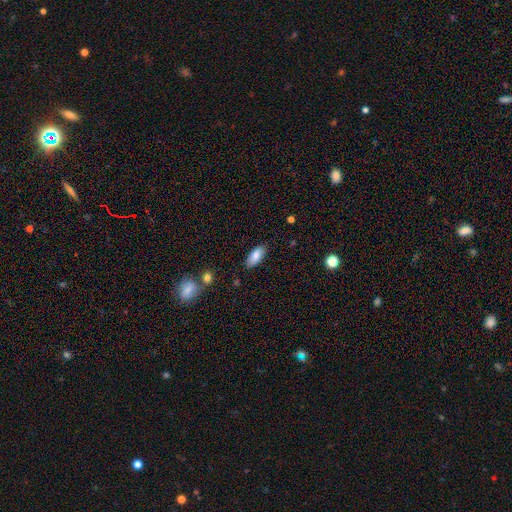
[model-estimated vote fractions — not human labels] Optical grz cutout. It shows a smooth galaxy with no disk features (82%) that is in between round and cigar-shaped (87%). Merging: none (85%).